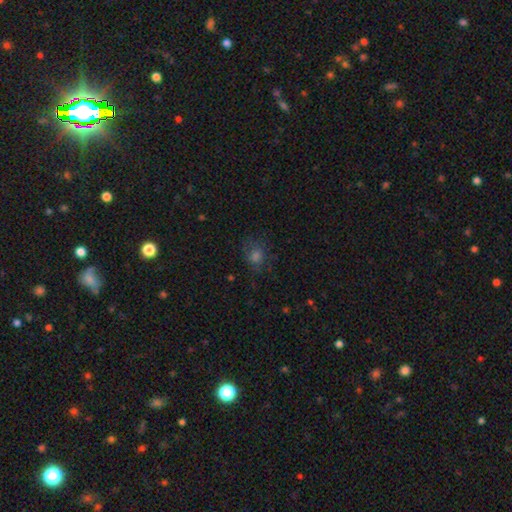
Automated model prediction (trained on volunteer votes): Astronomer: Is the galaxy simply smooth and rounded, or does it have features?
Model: smooth — 57%.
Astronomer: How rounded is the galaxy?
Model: round — 65%.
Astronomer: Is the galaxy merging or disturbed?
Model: none — 71%.